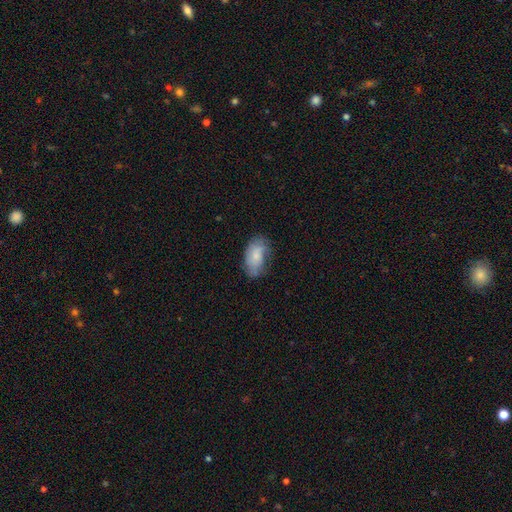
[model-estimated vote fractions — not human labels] Q: Smooth or featured?
A: smooth (66%); runner-up: featured or disk (27%)
Q: How rounded?
A: in between (92%); runner-up: round (5%)
Q: Merging?
A: none (58%); runner-up: minor disturbance (29%)